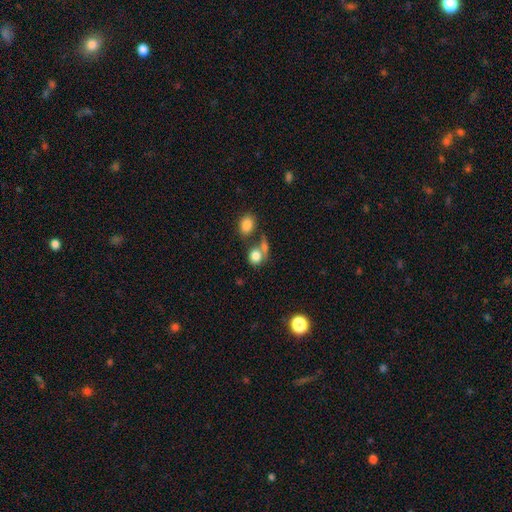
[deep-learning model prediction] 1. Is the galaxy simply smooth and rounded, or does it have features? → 81% smooth, 10% star or artifact, 9% featured or disk.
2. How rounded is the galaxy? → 63% round, 35% in between, 2% cigar-shaped.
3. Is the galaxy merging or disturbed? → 45% none, 37% merger, 11% minor disturbance, 7% major disturbance.